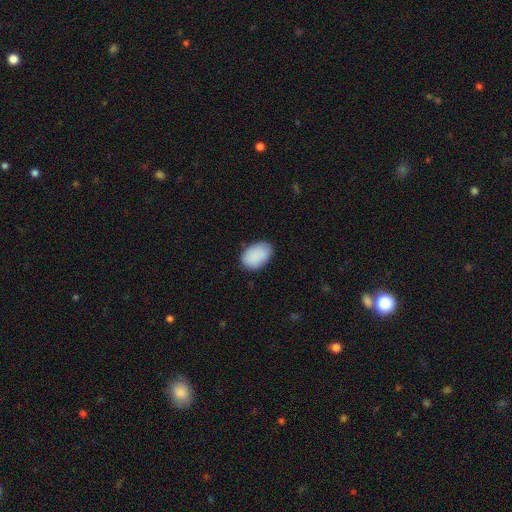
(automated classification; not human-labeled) A smooth galaxy with no disk features (88%) that is in between round and cigar-shaped (86%). Merging: none (77%).